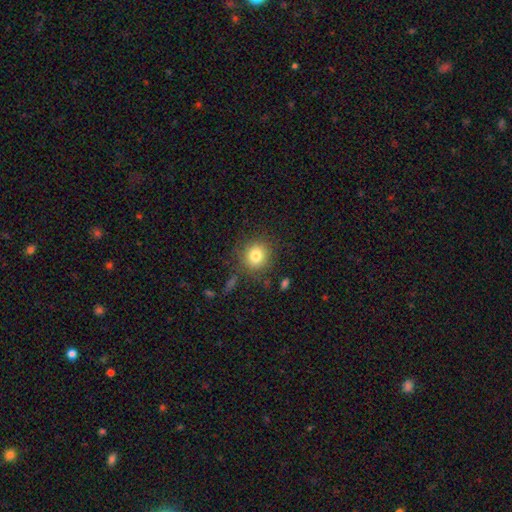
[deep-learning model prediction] Smooth or featured? Predicted: smooth (p=0.81). How rounded? Predicted: round (p=0.90). Merging? Predicted: none (p=0.84).